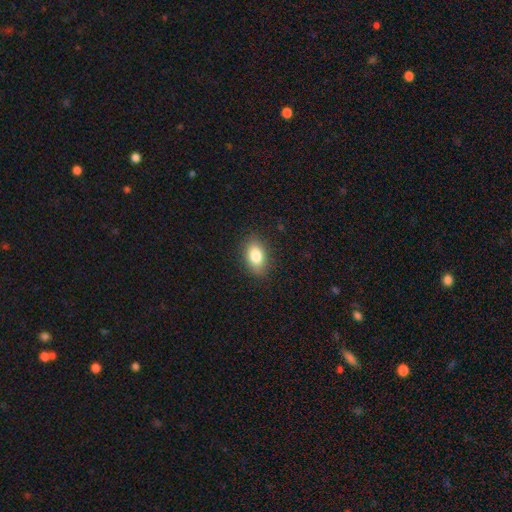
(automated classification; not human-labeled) Smooth or featured?
  - smooth: 82% *
  - featured or disk: 10%
  - star or artifact: 8%
How rounded?
  - in between: 88% *
  - round: 9%
  - cigar-shaped: 3%
Merging?
  - none: 87% *
  - minor disturbance: 10%
  - major disturbance: 3%
  - merger: 1%